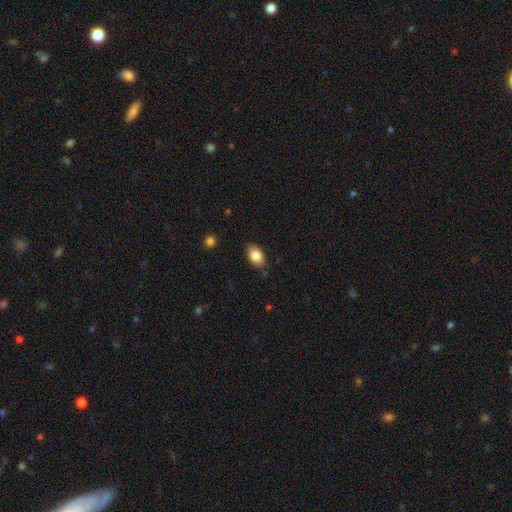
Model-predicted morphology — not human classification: A smooth galaxy with no disk features (85%) that is in between round and cigar-shaped (89%).

Vote fractions:
- Smooth or featured? smooth: 85% / star or artifact: 8% / featured or disk: 7%
- How rounded? in between: 89% / round: 10% / cigar-shaped: 1%
- Merging? none: 83% / minor disturbance: 13% / major disturbance: 2% / merger: 1%